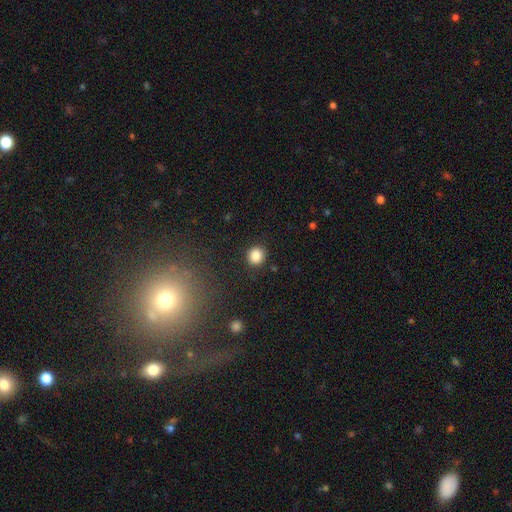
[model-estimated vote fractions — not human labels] Morphology: type=smooth (86%); roundness=round (84%); merging=none (89%).